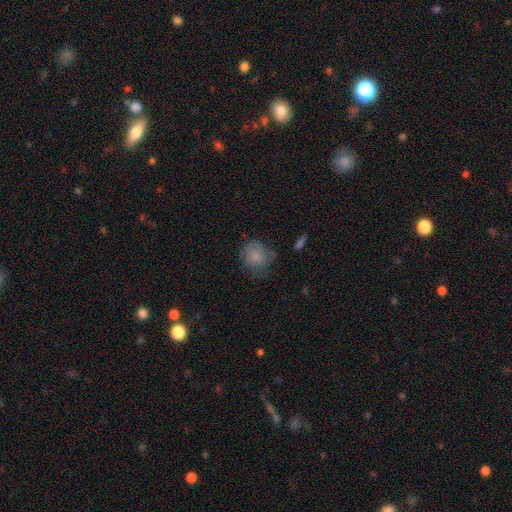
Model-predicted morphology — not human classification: smooth 81%, featured or disk 10%, star or artifact 9%. Down the decision tree: how rounded — round (80%); merging — none (59%).